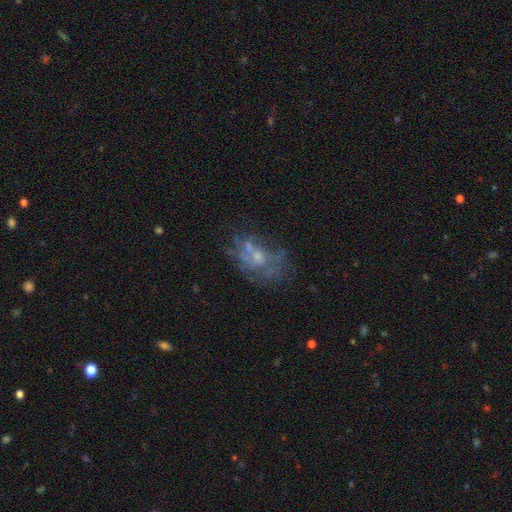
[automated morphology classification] Smooth or featured?
  - featured or disk: 59% *
  - smooth: 26%
  - star or artifact: 16%
Edge-on disk?
  - no: 97% *
  - yes: 3%
Bar?
  - no: 84% *
  - weak: 13%
  - strong: 2%
Spiral arms?
  - no: 77% *
  - yes: 23%
Bulge size?
  - small: 43% *
  - moderate: 30%
  - none: 23%
  - large: 3%
  - dominant: 1%
Merging?
  - none: 43% *
  - major disturbance: 25%
  - minor disturbance: 19%
  - merger: 13%